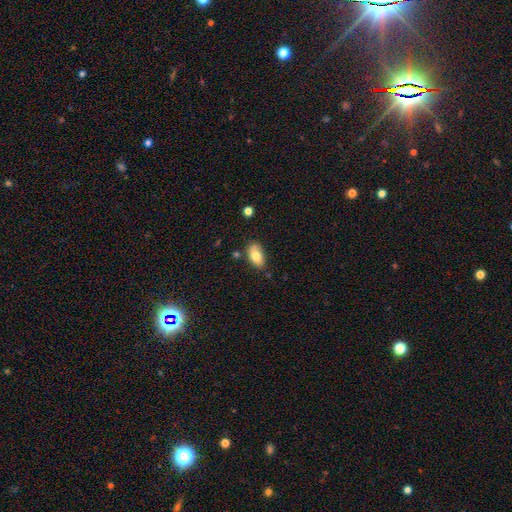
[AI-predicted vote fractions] Q: Smooth or featured?
A: smooth (77%); runner-up: featured or disk (16%)
Q: How rounded?
A: in between (93%); runner-up: round (5%)
Q: Merging?
A: none (68%); runner-up: minor disturbance (22%)